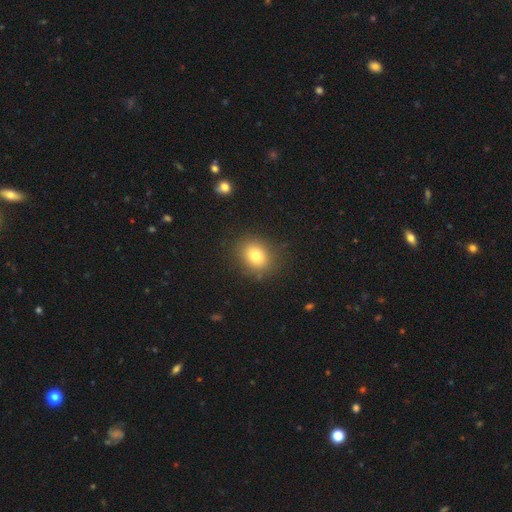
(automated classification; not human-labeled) Smooth or featured?
  - smooth: 78% *
  - star or artifact: 12%
  - featured or disk: 10%
How rounded?
  - round: 61% *
  - in between: 38%
  - cigar-shaped: 1%
Merging?
  - none: 86% *
  - minor disturbance: 10%
  - major disturbance: 3%
  - merger: 2%